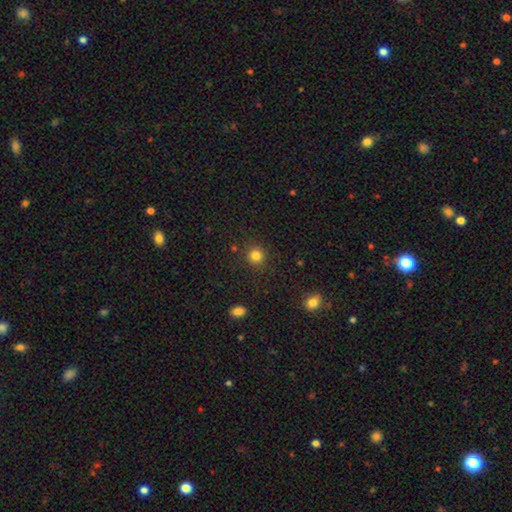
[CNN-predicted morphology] A smooth galaxy with no disk features (82%) that is round (91%).

Vote fractions:
- Smooth or featured? smooth: 82% / star or artifact: 13% / featured or disk: 5%
- How rounded? round: 91% / in between: 8% / cigar-shaped: 1%
- Merging? none: 89% / minor disturbance: 7% / major disturbance: 3% / merger: 2%